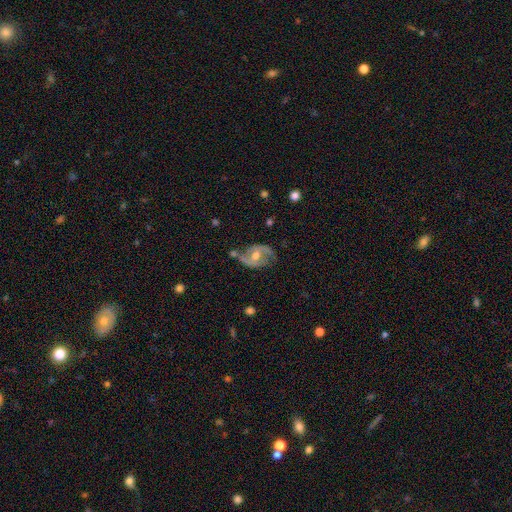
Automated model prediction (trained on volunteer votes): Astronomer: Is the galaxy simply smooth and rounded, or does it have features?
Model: featured or disk — 81%.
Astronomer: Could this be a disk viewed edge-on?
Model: no — 96%.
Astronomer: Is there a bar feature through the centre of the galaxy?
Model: no — 46% (runner-up: weak, 39%).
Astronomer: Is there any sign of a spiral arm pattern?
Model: yes — 88%.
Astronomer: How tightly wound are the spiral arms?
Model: medium — 47% (runner-up: loose, 34%).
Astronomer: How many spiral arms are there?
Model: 2 — 87%.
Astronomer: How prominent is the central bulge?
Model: moderate — 73%.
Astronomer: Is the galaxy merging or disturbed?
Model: none — 61%.